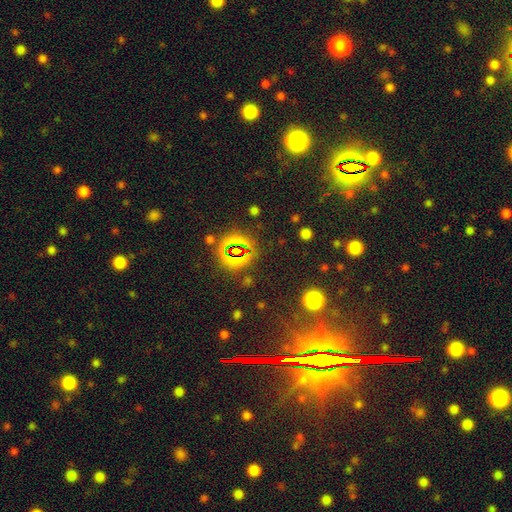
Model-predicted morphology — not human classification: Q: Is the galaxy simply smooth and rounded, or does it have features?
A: star or artifact — 73%.